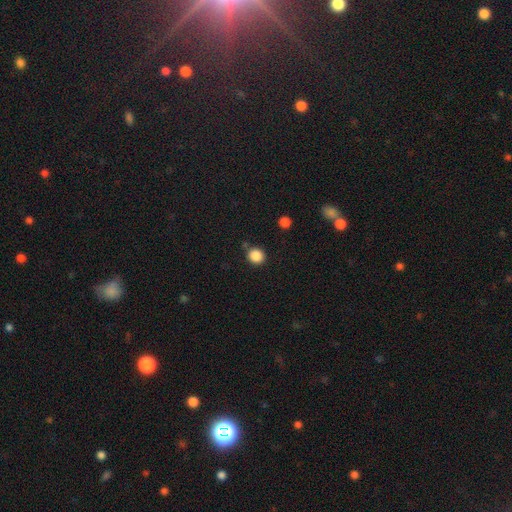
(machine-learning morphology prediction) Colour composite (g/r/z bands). It shows a smooth galaxy with no disk features (87%) that is round (89%). Merging: none (84%).